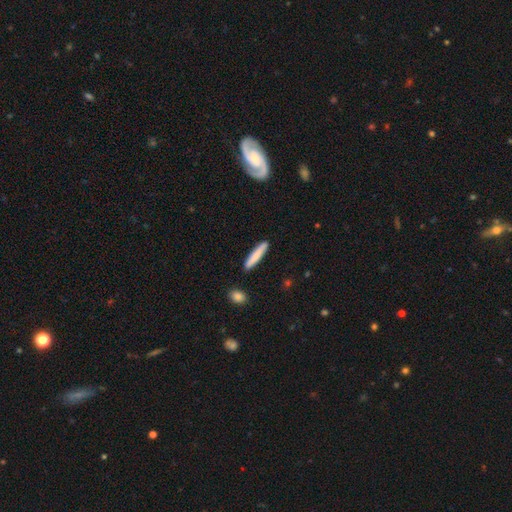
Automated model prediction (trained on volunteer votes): The model was most divided on "smooth or featured": smooth: 79%, featured or disk: 16%, star or artifact: 6%. More confident: how rounded — cigar-shaped (92%); merging — none (89%).